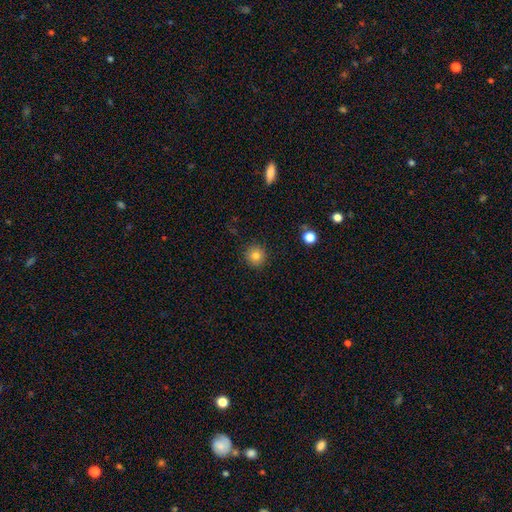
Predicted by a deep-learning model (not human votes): This appears to be a smooth galaxy with no disk features (81%) that is round (94%). Merging: none (90%).